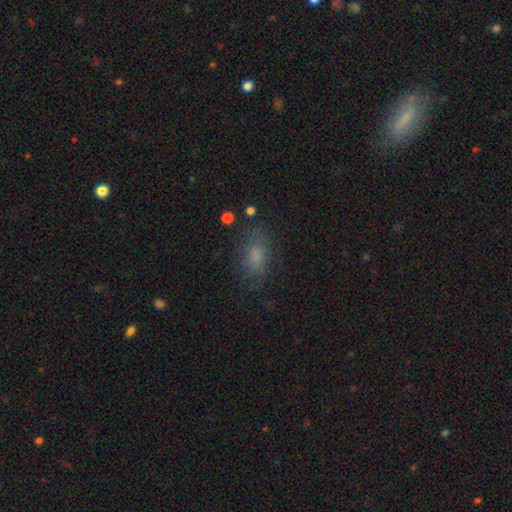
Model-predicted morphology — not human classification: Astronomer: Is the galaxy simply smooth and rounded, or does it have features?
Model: smooth — 74%.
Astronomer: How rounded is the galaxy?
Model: in between — 83%.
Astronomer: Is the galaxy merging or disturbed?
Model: none — 71%.